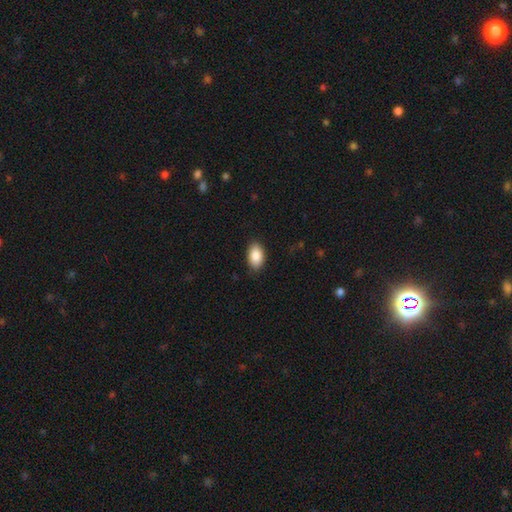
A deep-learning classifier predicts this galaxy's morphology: smooth-or-featured: smooth: 88% | star or artifact: 7% | featured or disk: 5%
  how-rounded: in between: 92% | round: 6% | cigar-shaped: 1%
  merging: none: 87% | minor disturbance: 10% | major disturbance: 2% | merger: 1%